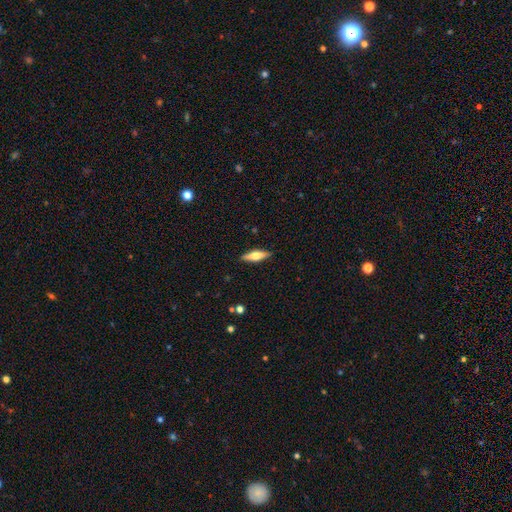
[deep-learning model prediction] smooth_or_featured: smooth (p=0.50) [alt: featured or disk p=0.44]
how_rounded: cigar-shaped (p=0.61) [alt: in between p=0.36]
merging: none (p=0.90) [alt: minor disturbance p=0.08]